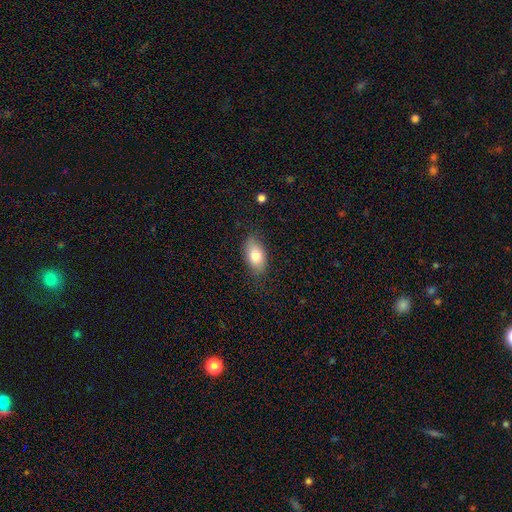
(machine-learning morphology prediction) This appears to be a smooth galaxy with no disk features (78%) that is in between round and cigar-shaped (90%). Merging: none (79%).